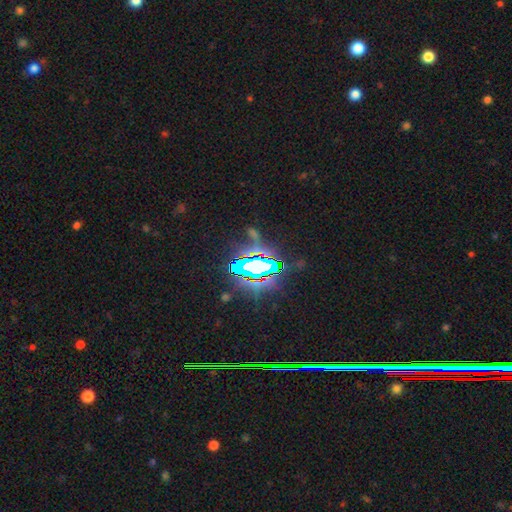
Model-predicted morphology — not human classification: This is clearly a star or artifact rather than a galaxy (81%).